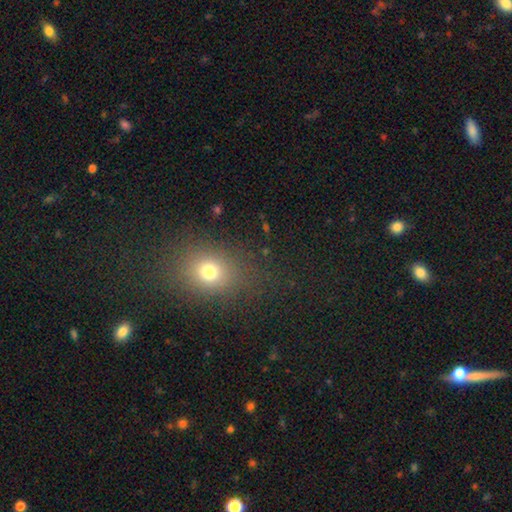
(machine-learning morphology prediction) smooth-or-featured: smooth: 63% | star or artifact: 28% | featured or disk: 9%
  how-rounded: round: 52% | in between: 46% | cigar-shaped: 2%
  merging: none: 85% | minor disturbance: 9% | major disturbance: 4% | merger: 2%